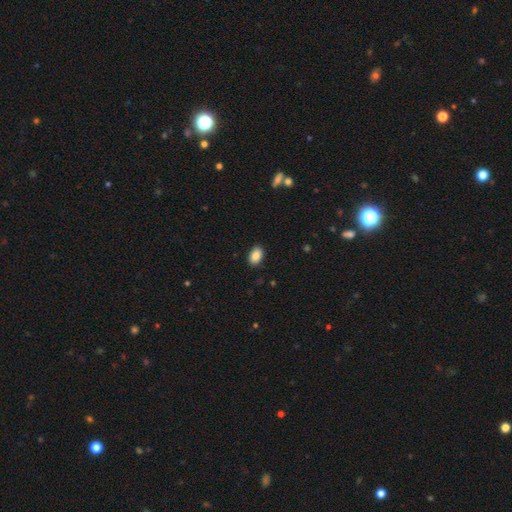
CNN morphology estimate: This appears to be a smooth galaxy with no disk features (86%) that is in between round and cigar-shaped (88%). Merging: none (90%).